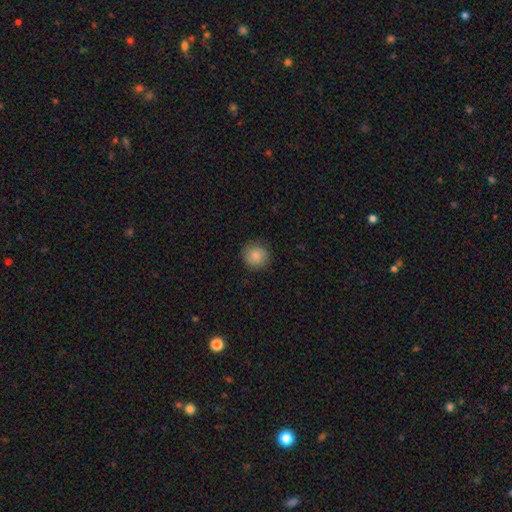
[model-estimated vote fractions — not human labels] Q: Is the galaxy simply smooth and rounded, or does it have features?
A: smooth — 85%.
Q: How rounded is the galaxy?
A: round — 92%.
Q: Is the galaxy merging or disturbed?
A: none — 88%.